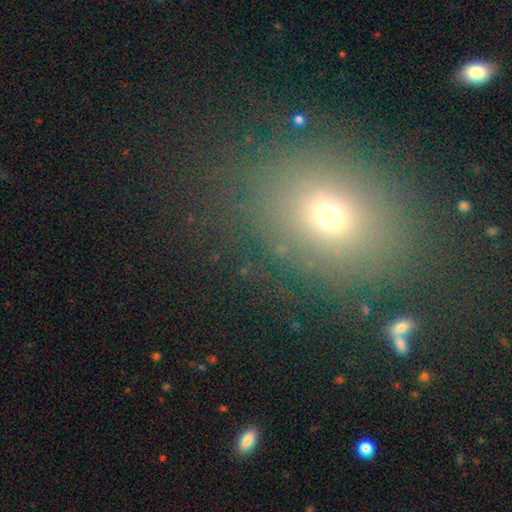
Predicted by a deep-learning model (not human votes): Smooth or featured: smooth — 64% (star or artifact — 23%)
How rounded: in between — 55% (round — 43%)
Merging: none — 80% (minor disturbance — 11%)